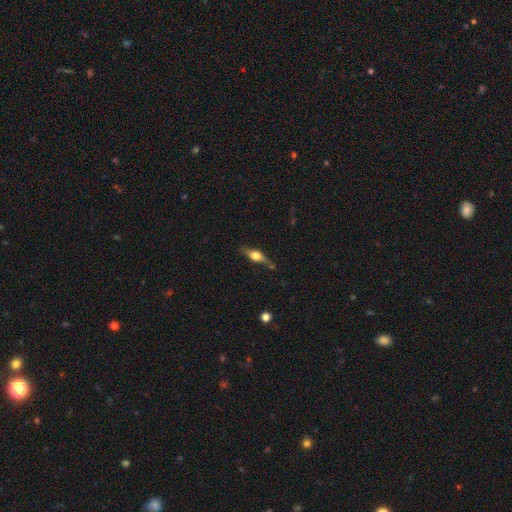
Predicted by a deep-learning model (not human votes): smooth-or-featured: featured or disk: 57% | smooth: 36% | star or artifact: 7%
  disk-edge-on: yes: 92% | no: 8%
    edge-on-bulge: rounded: 92% | boxy: 6% | none: 2%
  merging: none: 69% | minor disturbance: 19% | major disturbance: 6% | merger: 5%